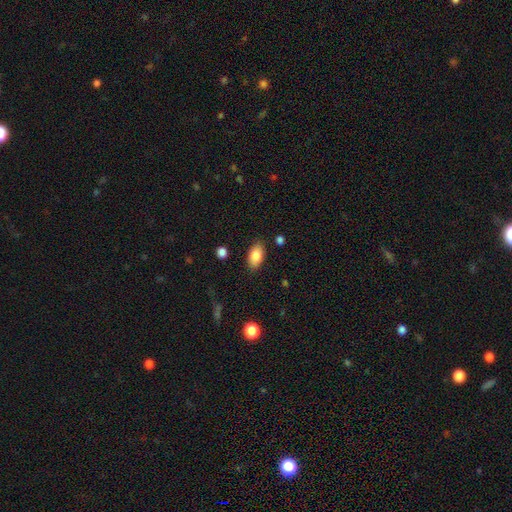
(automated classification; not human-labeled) Smooth or featured?
  - smooth: 85% *
  - featured or disk: 8%
  - star or artifact: 7%
How rounded?
  - in between: 93% *
  - round: 5%
  - cigar-shaped: 3%
Merging?
  - none: 85% *
  - minor disturbance: 11%
  - major disturbance: 3%
  - merger: 2%